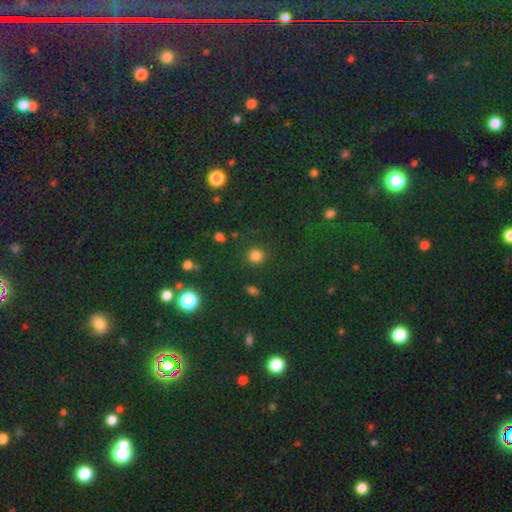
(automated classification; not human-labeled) The model was most divided on "smooth or featured": smooth: 79%, star or artifact: 16%, featured or disk: 4%. More confident: how rounded — round (88%); merging — none (87%).